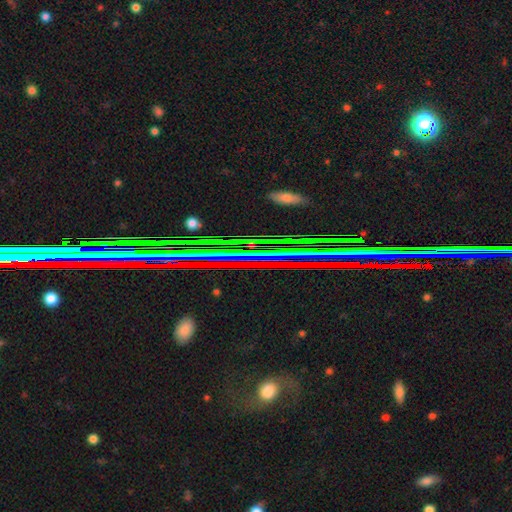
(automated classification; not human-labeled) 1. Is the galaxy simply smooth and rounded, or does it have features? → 78% star or artifact, 13% featured or disk, 10% smooth.